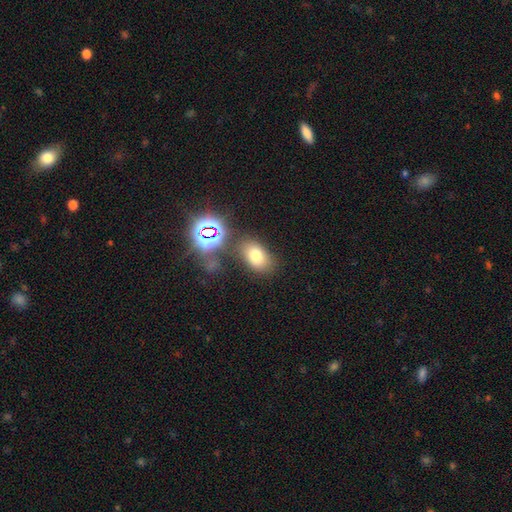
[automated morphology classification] type=smooth (71%); roundness=in between (82%); merging=none (74%).